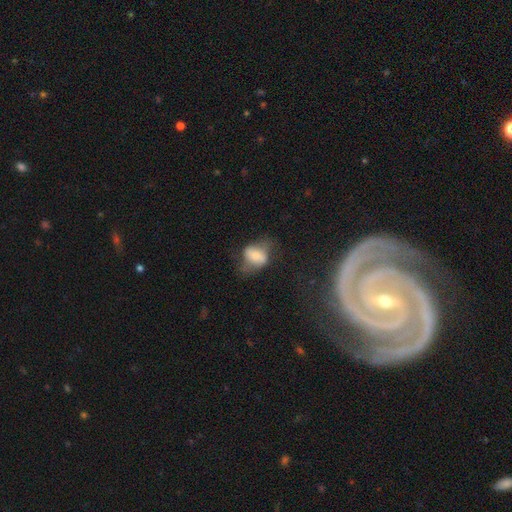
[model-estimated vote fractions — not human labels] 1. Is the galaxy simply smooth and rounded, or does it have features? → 57% smooth, 34% featured or disk, 9% star or artifact.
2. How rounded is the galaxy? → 77% in between, 20% round, 3% cigar-shaped.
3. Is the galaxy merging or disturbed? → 40% none, 29% minor disturbance, 28% major disturbance, 3% merger.